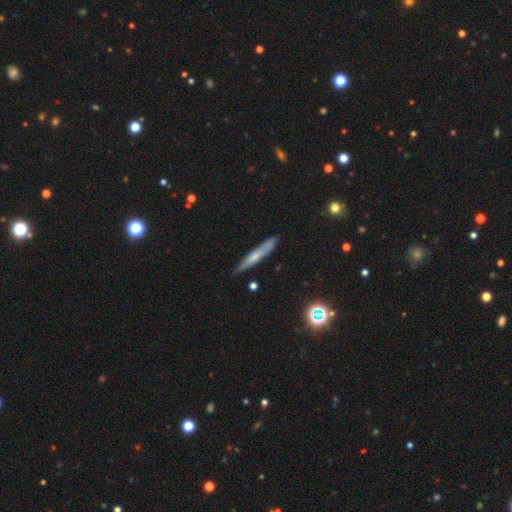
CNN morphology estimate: Smooth or featured? Predicted: smooth (p=0.48). Merging? Predicted: none (p=0.83).